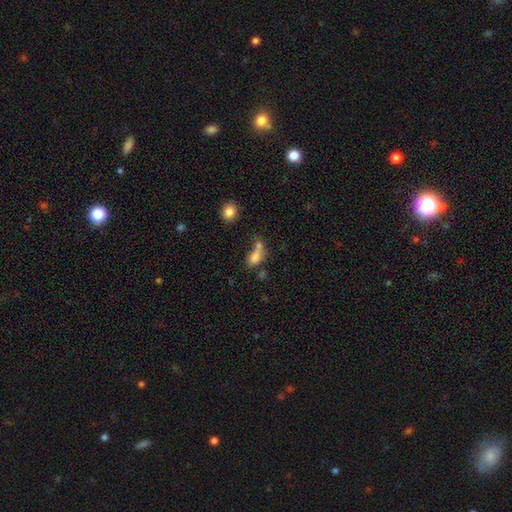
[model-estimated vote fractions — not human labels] Overall: smooth (75%). How rounded: in between (78%). Merging: merger (45%; none 27%).